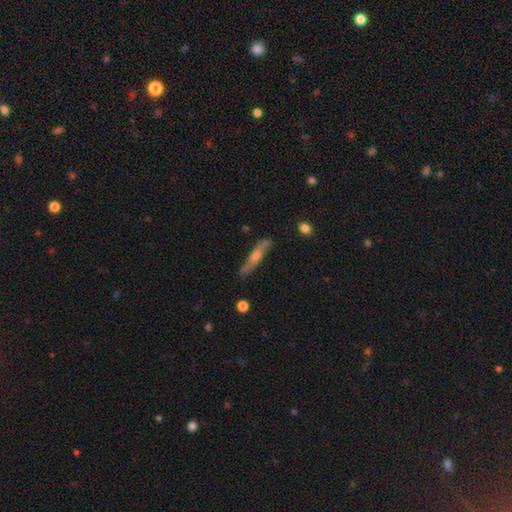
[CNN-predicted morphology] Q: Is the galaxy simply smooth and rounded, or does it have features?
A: featured or disk — 60%.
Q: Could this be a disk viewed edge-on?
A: yes — 84%.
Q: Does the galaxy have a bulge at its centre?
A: rounded — 79%.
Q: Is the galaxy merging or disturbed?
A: none — 79%.